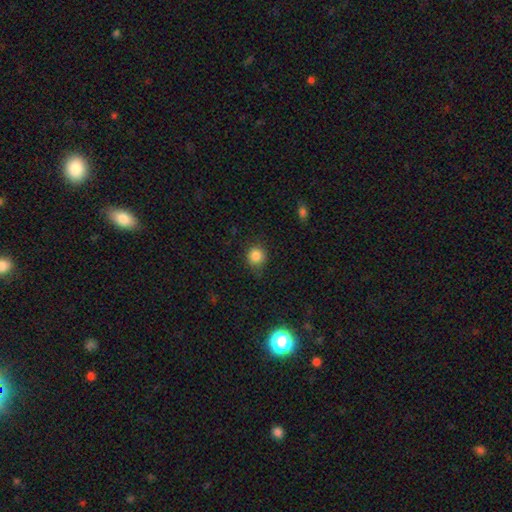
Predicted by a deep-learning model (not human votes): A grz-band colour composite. It shows a smooth galaxy with no disk features (85%) that is round (90%). Merging: none (84%).